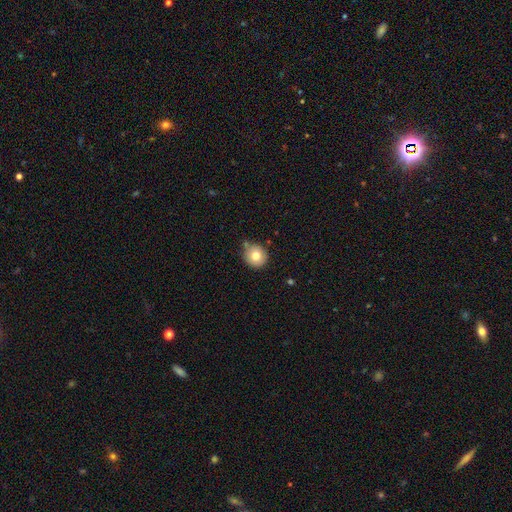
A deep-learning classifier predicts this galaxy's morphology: Smooth or featured? smooth (77%)
How rounded? round (91%)
Merging? none (71%)